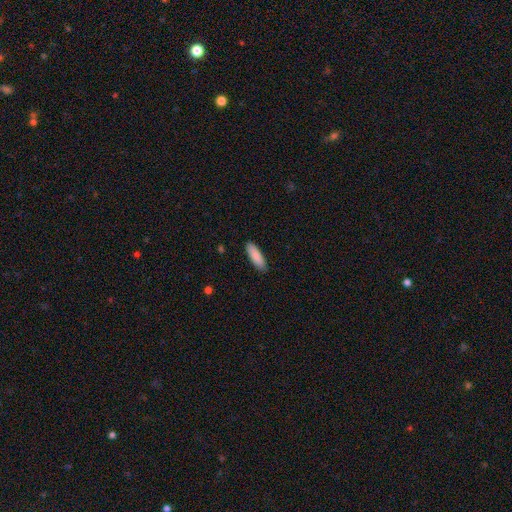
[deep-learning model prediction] smooth_or_featured: smooth (p=0.89) [alt: featured or disk p=0.06]
how_rounded: in between (p=0.52) [alt: cigar-shaped p=0.47]
merging: none (p=0.89) [alt: minor disturbance p=0.08]